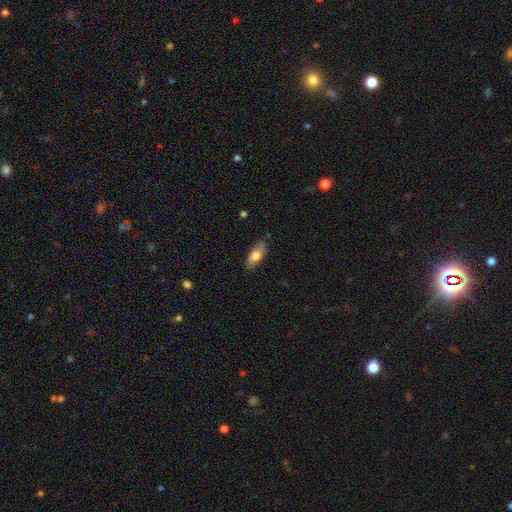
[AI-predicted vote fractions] Morphology: type=smooth (74%); roundness=in between (78%); merging=none (78%).